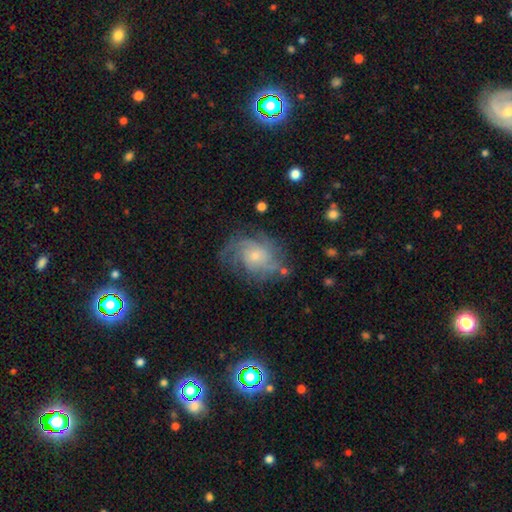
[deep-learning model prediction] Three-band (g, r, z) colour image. It shows a featured or disk galaxy (76%) with no bar (77%), tight (45%) spiral arms (91%) and a small central bulge (67%). Merging: none (65%).